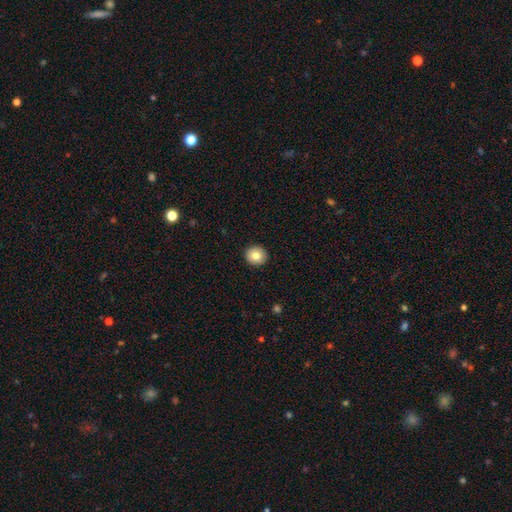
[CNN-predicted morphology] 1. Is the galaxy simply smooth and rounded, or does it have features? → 80% smooth, 12% featured or disk, 9% star or artifact.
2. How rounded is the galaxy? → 90% round, 9% in between, 1% cigar-shaped.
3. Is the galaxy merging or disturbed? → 92% none, 5% minor disturbance, 2% major disturbance, 1% merger.